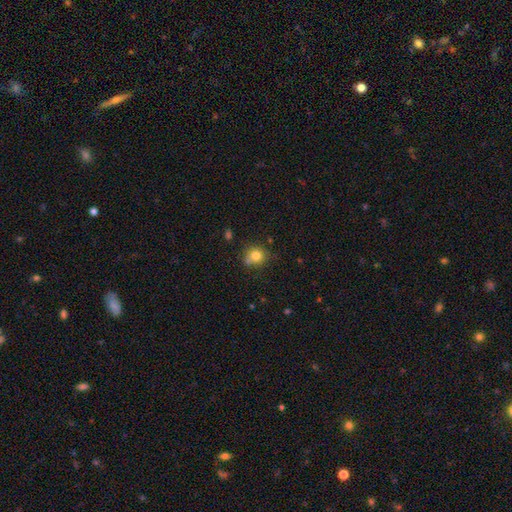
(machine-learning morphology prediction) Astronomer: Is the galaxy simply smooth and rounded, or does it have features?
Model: smooth — 78%.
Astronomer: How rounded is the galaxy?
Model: round — 83%.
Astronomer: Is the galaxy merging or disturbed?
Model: none — 63%.